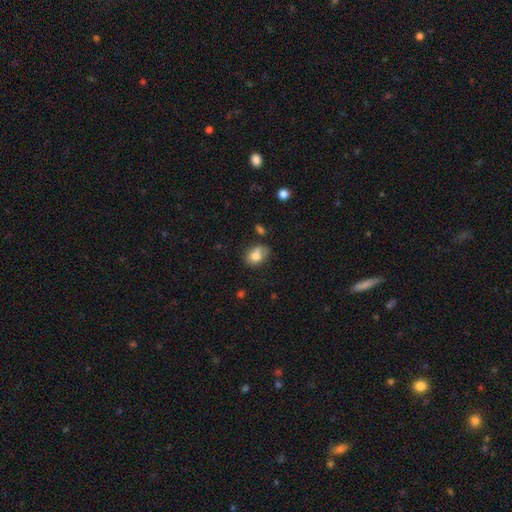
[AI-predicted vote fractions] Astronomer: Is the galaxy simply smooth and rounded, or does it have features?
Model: smooth — 77%.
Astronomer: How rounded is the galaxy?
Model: in between — 60% (runner-up: round, 39%).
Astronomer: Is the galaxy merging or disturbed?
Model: none — 46% (runner-up: minor disturbance, 25%).